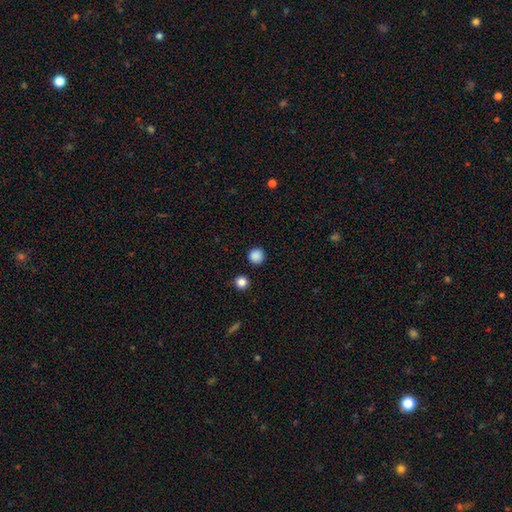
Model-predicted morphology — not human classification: type=smooth (86%); roundness=round (95%); merging=none (90%).